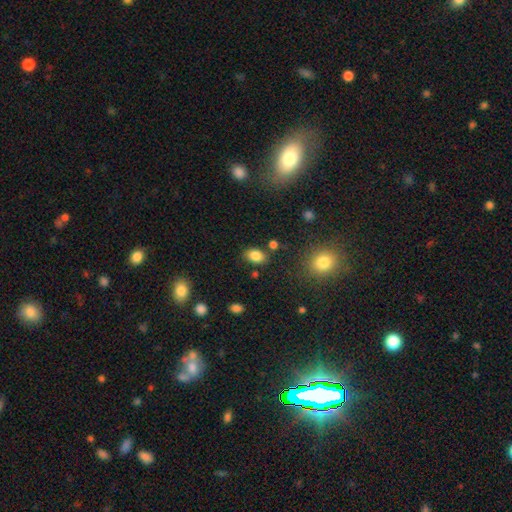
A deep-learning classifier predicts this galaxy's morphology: The model was most divided on "how rounded": in between: 79%, round: 20%, cigar-shaped: 1%. More confident: smooth or featured — smooth (84%); merging — none (78%).